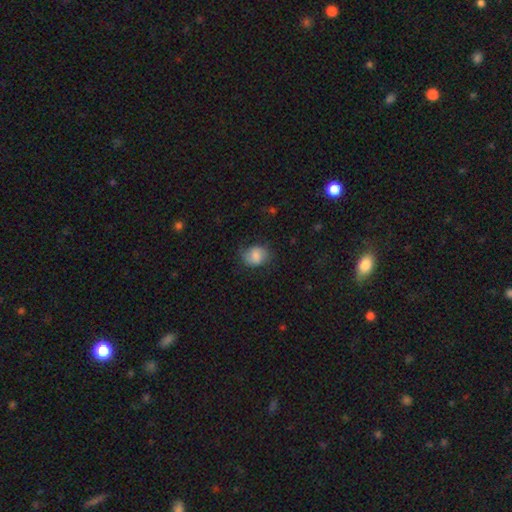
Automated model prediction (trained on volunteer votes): smooth_or_featured: smooth (p=0.79) [alt: featured or disk p=0.13]
how_rounded: round (p=0.55) [alt: in between p=0.44]
merging: none (p=0.66) [alt: minor disturbance p=0.24]